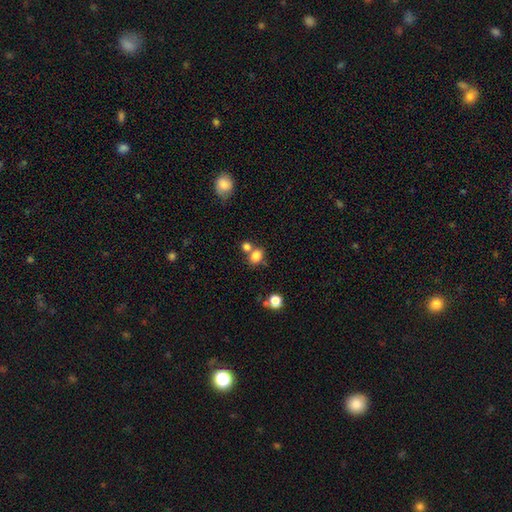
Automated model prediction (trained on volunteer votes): A smooth galaxy with no disk features (80%) that is round (54%).

Vote fractions:
- Smooth or featured? smooth: 80% / star or artifact: 12% / featured or disk: 8%
- How rounded? round: 54% / in between: 44% / cigar-shaped: 1%
- Merging? none: 52% / merger: 33% / minor disturbance: 10% / major disturbance: 4%